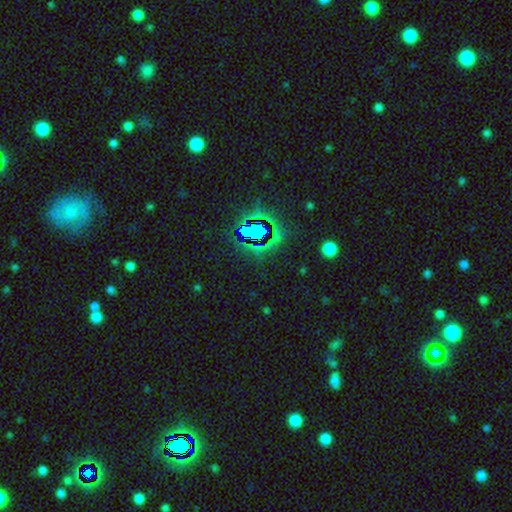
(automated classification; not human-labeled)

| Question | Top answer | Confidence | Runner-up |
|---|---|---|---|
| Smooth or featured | star or artifact | 79% | smooth (12%) |